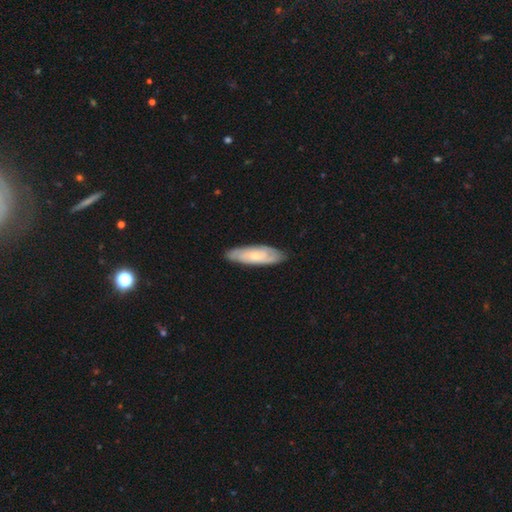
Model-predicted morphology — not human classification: Smooth or featured: featured or disk — 48% (smooth — 47%)
Merging: none — 84% (minor disturbance — 13%)